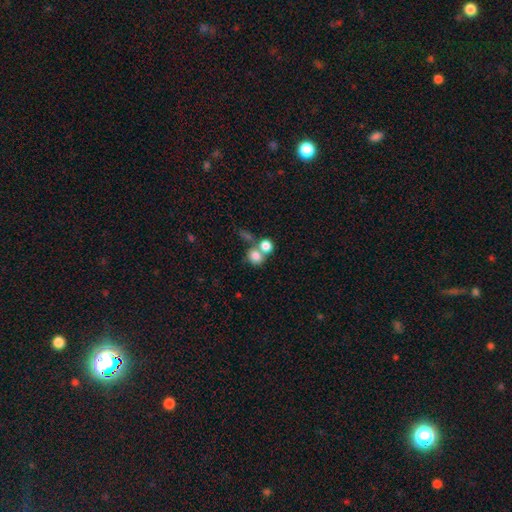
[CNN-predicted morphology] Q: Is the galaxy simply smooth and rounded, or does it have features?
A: smooth — 79%.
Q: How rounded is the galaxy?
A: round — 76%.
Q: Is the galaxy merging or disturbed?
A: merger — 52%.